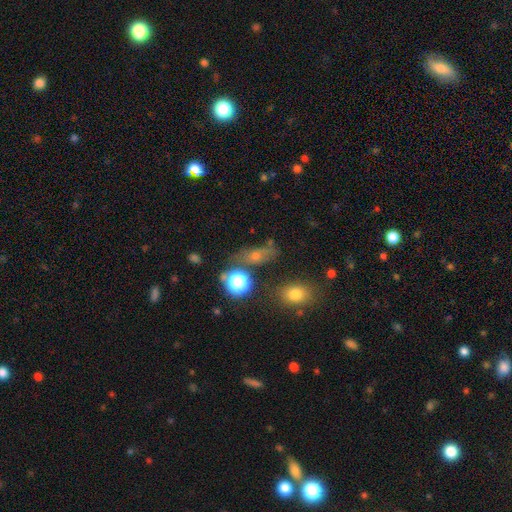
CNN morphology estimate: A smooth galaxy with no disk features (41%). Merging: none (65%).